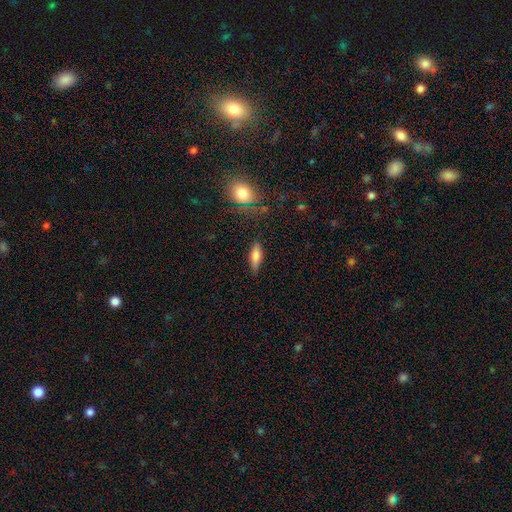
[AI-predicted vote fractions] Smooth or featured? smooth (69%)
How rounded? in between (55%)
Merging? none (81%)